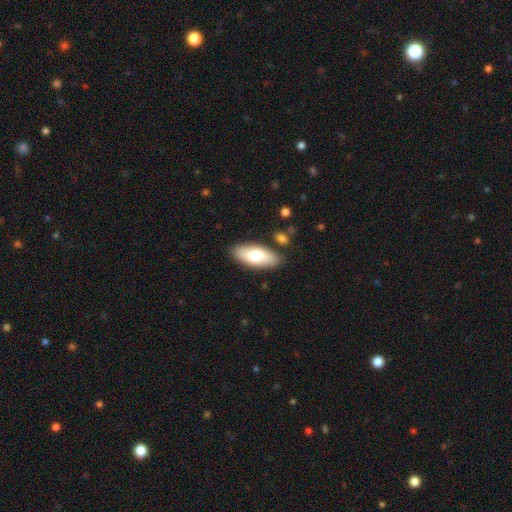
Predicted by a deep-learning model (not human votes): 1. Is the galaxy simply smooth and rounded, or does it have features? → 73% smooth, 22% featured or disk, 6% star or artifact.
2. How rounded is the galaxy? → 79% in between, 19% cigar-shaped, 2% round.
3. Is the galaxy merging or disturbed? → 85% none, 10% minor disturbance, 3% merger, 2% major disturbance.